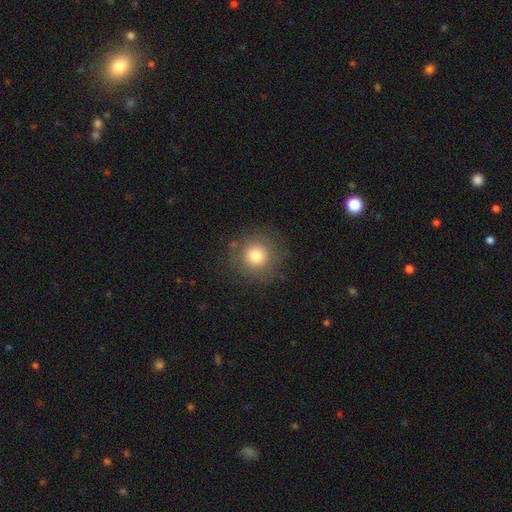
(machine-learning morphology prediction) Q: Smooth or featured?
A: smooth (77%); runner-up: star or artifact (12%)
Q: How rounded?
A: round (95%); runner-up: in between (5%)
Q: Merging?
A: none (84%); runner-up: minor disturbance (10%)